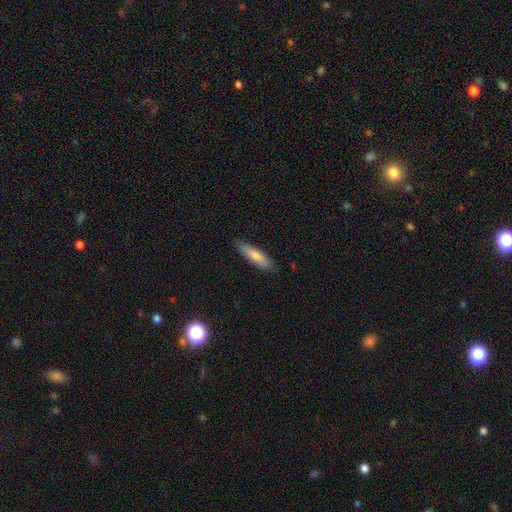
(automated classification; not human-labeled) Morphology: type=smooth (77%); roundness=cigar-shaped (71%); merging=none (85%).